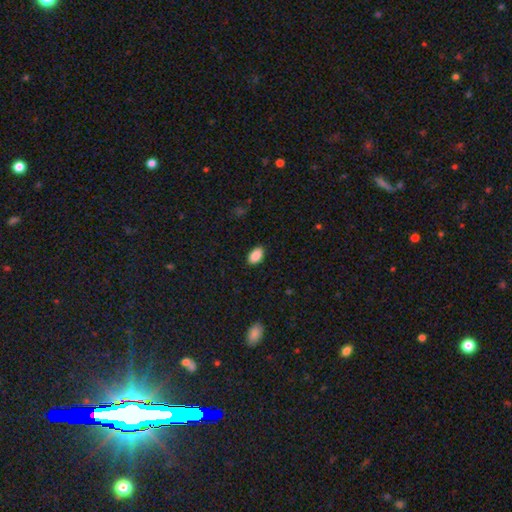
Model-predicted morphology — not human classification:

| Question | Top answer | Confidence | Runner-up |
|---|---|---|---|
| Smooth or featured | smooth | 89% | star or artifact (7%) |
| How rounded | in between | 92% | round (6%) |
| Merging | none | 87% | minor disturbance (10%) |